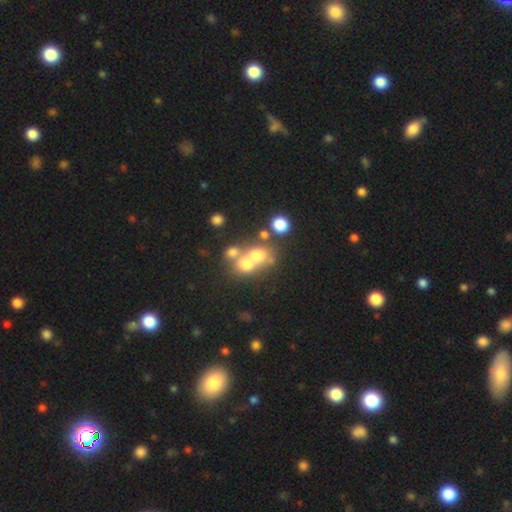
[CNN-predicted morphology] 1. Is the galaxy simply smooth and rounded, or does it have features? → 61% smooth, 22% featured or disk, 18% star or artifact.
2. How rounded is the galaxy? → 70% round, 29% in between, 1% cigar-shaped.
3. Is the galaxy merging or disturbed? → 56% merger, 31% none, 7% minor disturbance, 6% major disturbance.